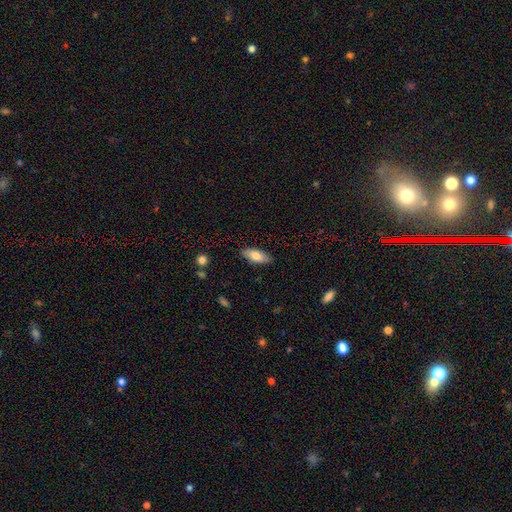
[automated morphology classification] Smooth or featured: smooth — 77% (featured or disk — 17%)
How rounded: in between — 78% (cigar-shaped — 20%)
Merging: none — 86% (minor disturbance — 11%)